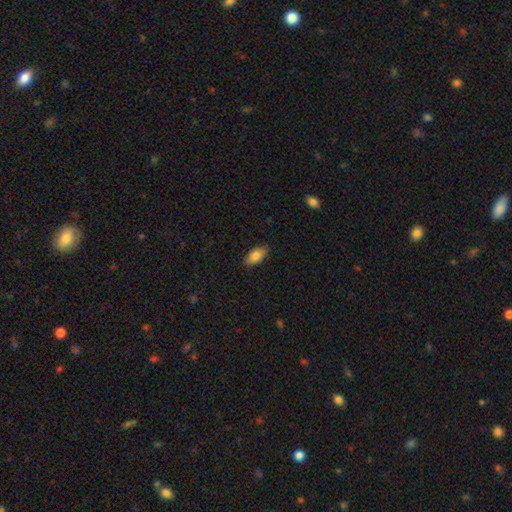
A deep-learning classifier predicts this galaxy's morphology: smooth_or_featured: smooth (p=0.83) [alt: featured or disk p=0.10]
how_rounded: in between (p=0.90) [alt: cigar-shaped p=0.07]
merging: none (p=0.86) [alt: minor disturbance p=0.11]